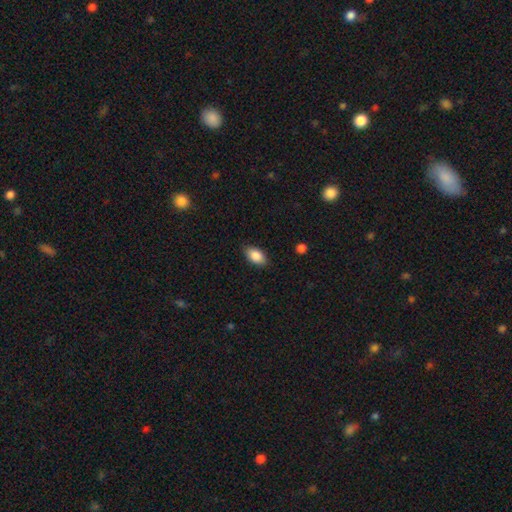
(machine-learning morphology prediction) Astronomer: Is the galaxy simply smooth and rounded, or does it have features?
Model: smooth — 87%.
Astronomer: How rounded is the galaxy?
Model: in between — 91%.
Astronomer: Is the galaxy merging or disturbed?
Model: none — 85%.